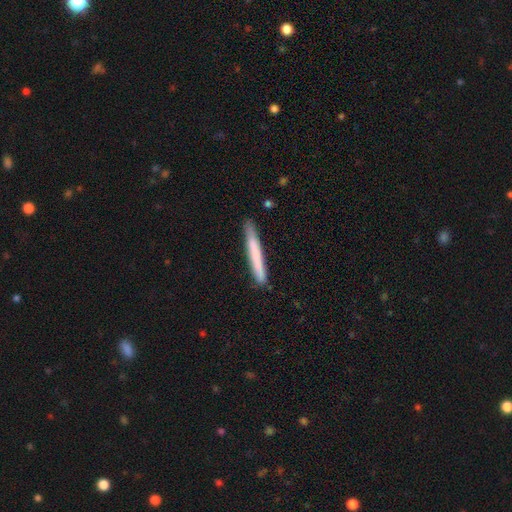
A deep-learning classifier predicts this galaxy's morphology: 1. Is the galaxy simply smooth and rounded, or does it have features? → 70% smooth, 25% featured or disk, 6% star or artifact.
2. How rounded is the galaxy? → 97% cigar-shaped, 2% in between, 1% round.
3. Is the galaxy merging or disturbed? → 87% none, 10% minor disturbance, 2% major disturbance, 1% merger.